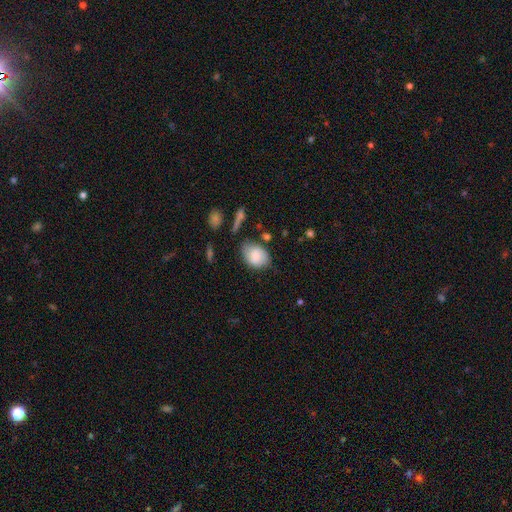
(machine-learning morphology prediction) A smooth galaxy with no disk features (77%) that is in between round and cigar-shaped (70%).

Vote fractions:
- Smooth or featured? smooth: 77% / featured or disk: 16% / star or artifact: 7%
- How rounded? in between: 70% / round: 28% / cigar-shaped: 1%
- Merging? none: 64% / minor disturbance: 25% / major disturbance: 7% / merger: 5%